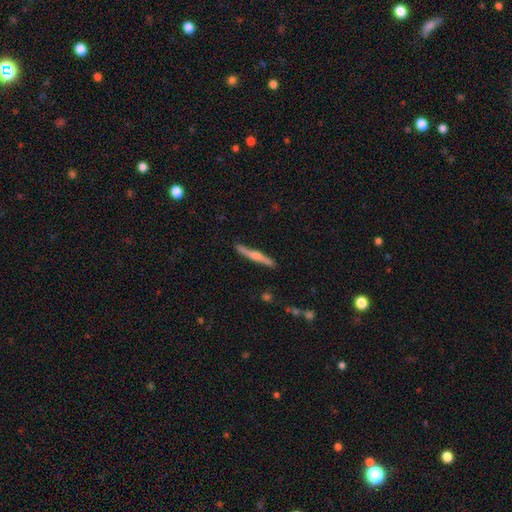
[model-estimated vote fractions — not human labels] A featured or disk galaxy (57%) viewed edge-on (95%) with a rounded central bulge (70%). Merging: none (85%).